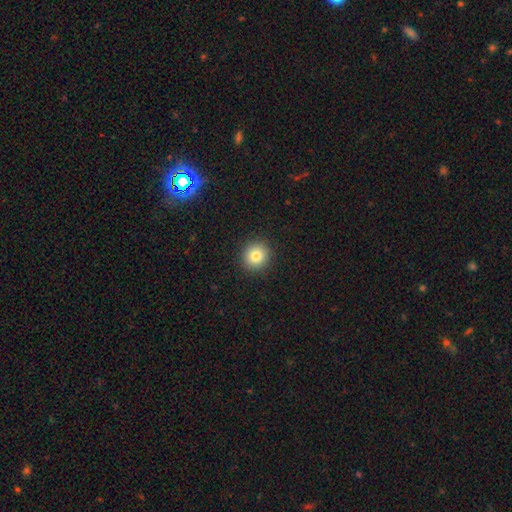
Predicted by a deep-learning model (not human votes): Q: Smooth or featured?
A: smooth (82%); runner-up: star or artifact (11%)
Q: How rounded?
A: round (90%); runner-up: in between (9%)
Q: Merging?
A: none (92%); runner-up: minor disturbance (5%)